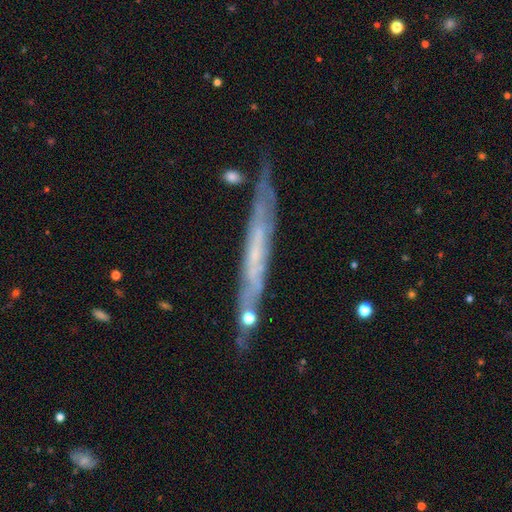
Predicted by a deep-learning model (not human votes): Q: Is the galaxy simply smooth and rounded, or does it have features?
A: featured or disk — 65%.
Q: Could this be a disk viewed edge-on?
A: yes — 84%.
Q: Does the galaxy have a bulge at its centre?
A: none — 83%.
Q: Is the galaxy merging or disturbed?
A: none — 76%.